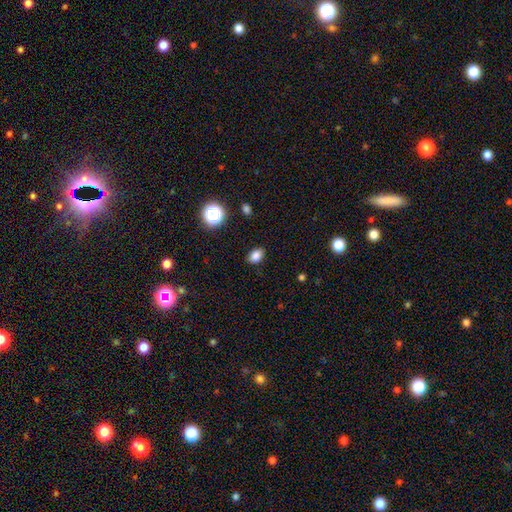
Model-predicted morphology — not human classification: Q: Smooth or featured?
A: smooth (83%); runner-up: star or artifact (12%)
Q: How rounded?
A: in between (79%); runner-up: round (20%)
Q: Merging?
A: none (87%); runner-up: minor disturbance (9%)